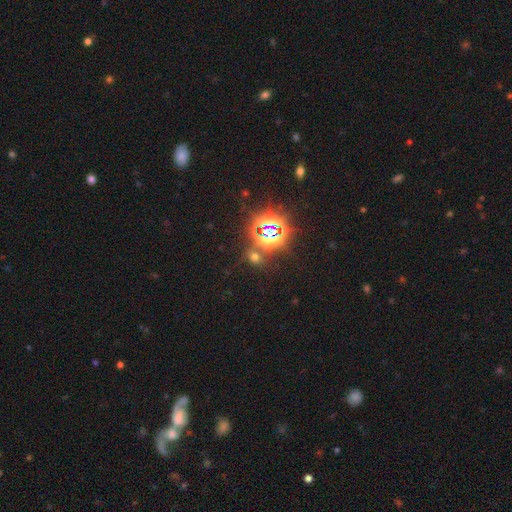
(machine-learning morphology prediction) Overall: star or artifact (77%).